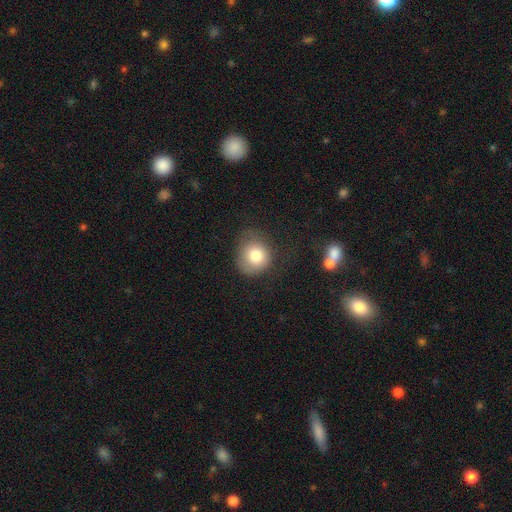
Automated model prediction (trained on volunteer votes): Overall: smooth (79%). How rounded: round (81%). Merging: none (58%; minor disturbance 27%).